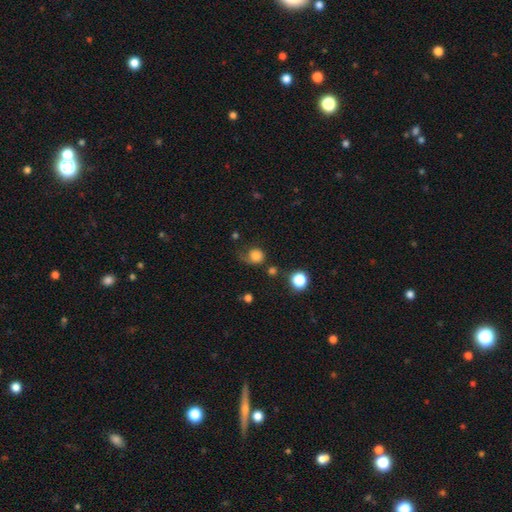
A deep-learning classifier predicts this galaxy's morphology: A smooth galaxy with no disk features (75%) that is round (79%). Merging: none (40%).